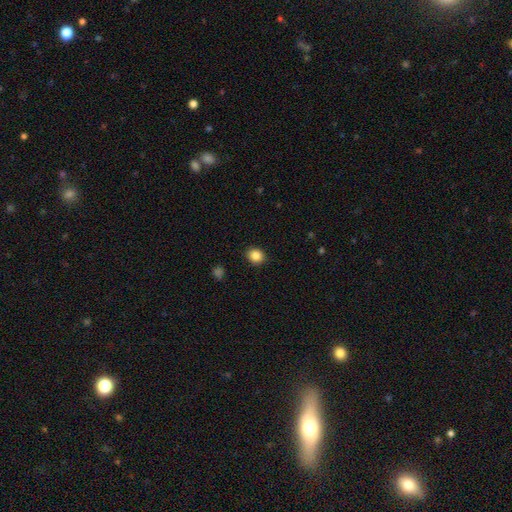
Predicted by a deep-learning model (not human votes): Morphology: type=smooth (86%); roundness=round (70%); merging=none (91%).